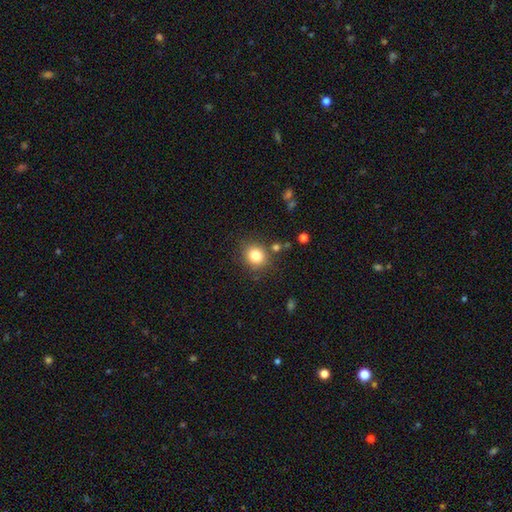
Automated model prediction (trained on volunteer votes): Morphology: type=smooth (82%); roundness=round (79%); merging=none (81%).